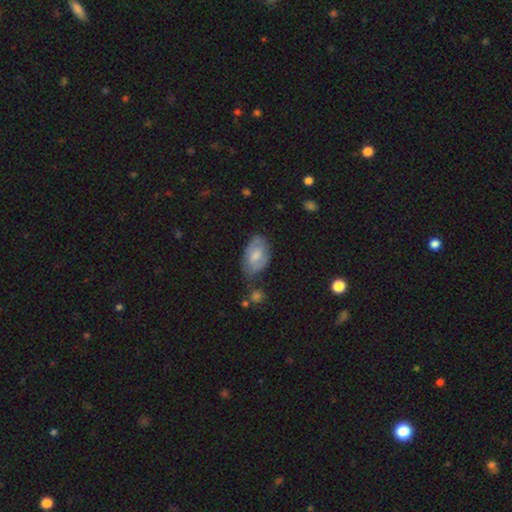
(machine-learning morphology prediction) Q: Smooth or featured?
A: smooth (57%); runner-up: featured or disk (37%)
Q: How rounded?
A: in between (91%); runner-up: round (7%)
Q: Merging?
A: none (57%); runner-up: minor disturbance (30%)